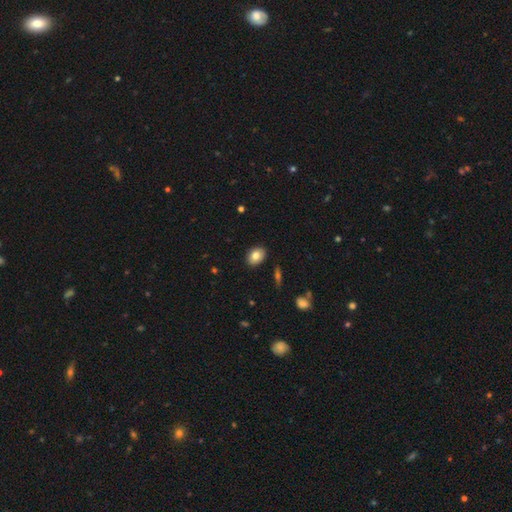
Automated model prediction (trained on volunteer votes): Overall: smooth (80%). How rounded: in between (73%). Merging: none (88%).